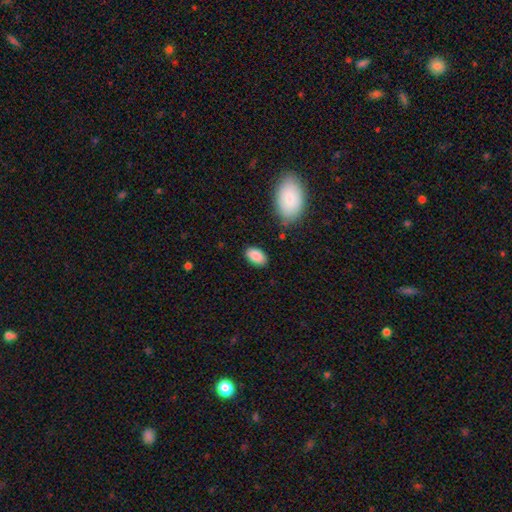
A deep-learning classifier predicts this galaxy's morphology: Smooth or featured?
  - smooth: 88% *
  - star or artifact: 7%
  - featured or disk: 5%
How rounded?
  - in between: 94% *
  - round: 4%
  - cigar-shaped: 2%
Merging?
  - none: 84% *
  - minor disturbance: 12%
  - major disturbance: 3%
  - merger: 2%